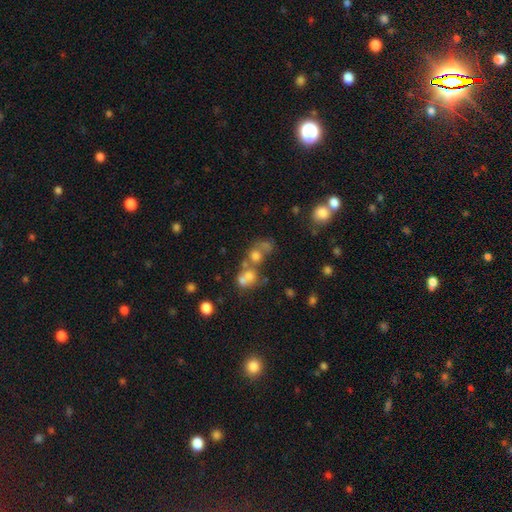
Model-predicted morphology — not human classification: Smooth or featured: smooth — 49% (star or artifact — 26%)
Merging: merger — 52% (none — 32%)